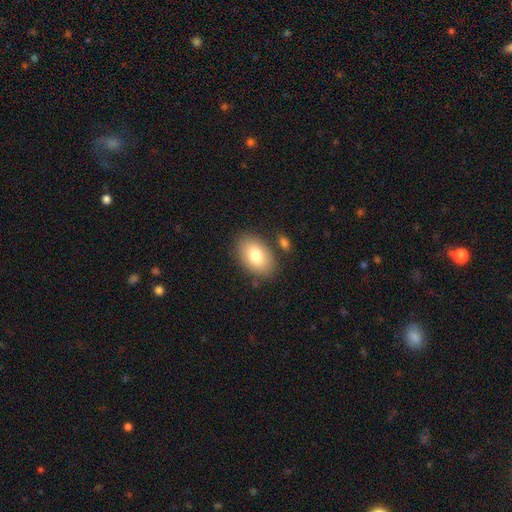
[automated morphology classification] The model was most divided on "smooth or featured": smooth: 79%, featured or disk: 14%, star or artifact: 8%. More confident: how rounded — in between (88%); merging — none (81%).